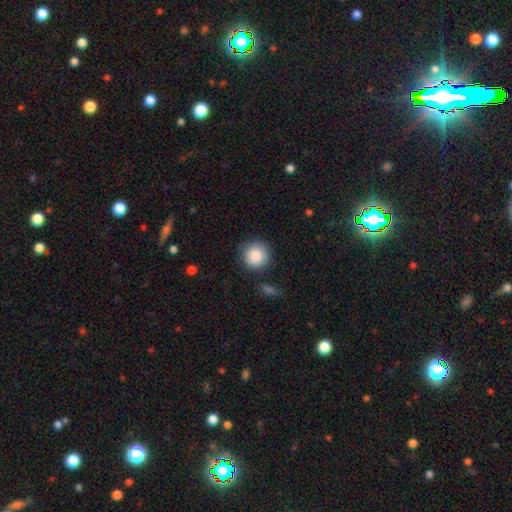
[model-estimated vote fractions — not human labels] smooth-or-featured: smooth: 88% | star or artifact: 8% | featured or disk: 5%
  how-rounded: round: 93% | in between: 6% | cigar-shaped: 1%
  merging: none: 83% | minor disturbance: 11% | major disturbance: 3% | merger: 3%